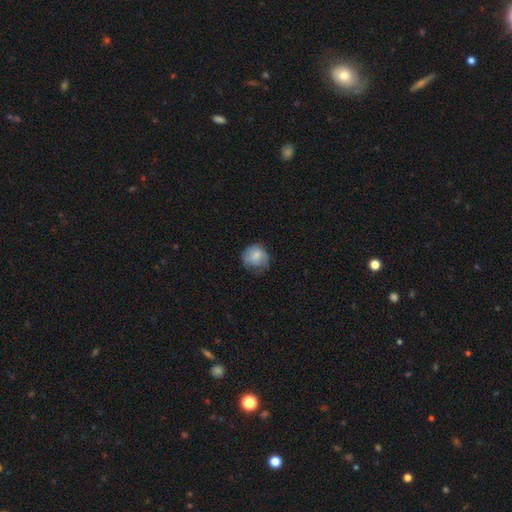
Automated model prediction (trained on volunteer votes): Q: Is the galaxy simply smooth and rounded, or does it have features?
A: smooth — 75%.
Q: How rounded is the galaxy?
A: round — 79%.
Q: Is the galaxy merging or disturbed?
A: none — 50%.